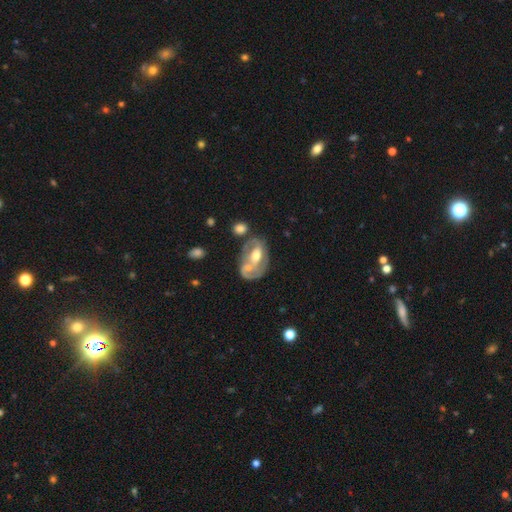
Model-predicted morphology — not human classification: smooth-or-featured: featured or disk: 73% | smooth: 21% | star or artifact: 6%
  disk-edge-on: no: 96% | yes: 4%
    bar: no: 40% | weak: 36% | strong: 24%
    has-spiral-arms: yes: 72% | no: 28%
      spiral-winding: medium: 44% | tight: 31% | loose: 24%
      spiral-arm-count: 2: 66% | can't tell: 16% | 1: 11% | 3: 4% | 4: 1% | more than 4: 1%
    bulge-size: moderate: 69% | small: 16% | large: 12% | none: 2% | dominant: 1%
  merging: none: 36% | merger: 33% | minor disturbance: 17% | major disturbance: 14%